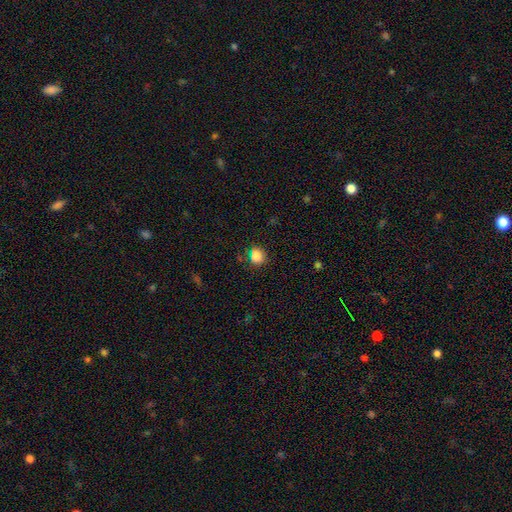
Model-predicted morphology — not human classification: type=smooth (81%); roundness=round (71%); merging=none (78%).